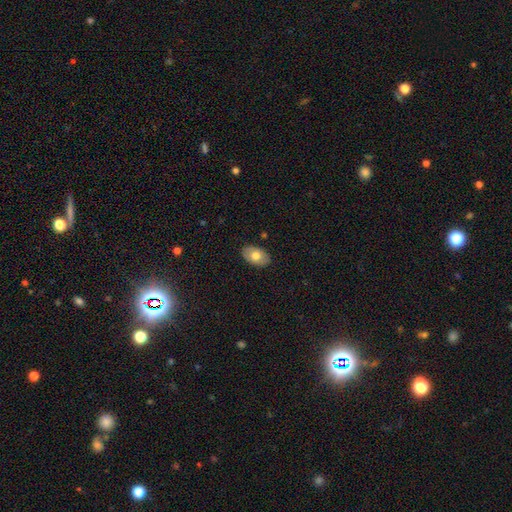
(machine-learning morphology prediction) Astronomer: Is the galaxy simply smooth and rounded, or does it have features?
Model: smooth — 69%.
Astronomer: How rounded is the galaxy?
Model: in between — 89%.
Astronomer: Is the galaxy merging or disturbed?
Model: none — 87%.